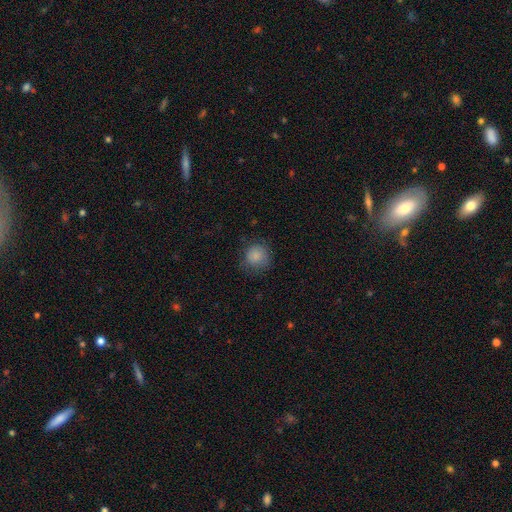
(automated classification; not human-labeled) This is clearly a smooth galaxy (85%). How rounded: clearly round (91%). Merging: likely none (77%).